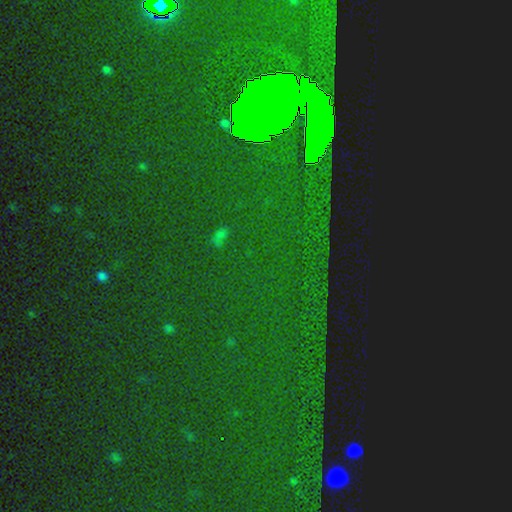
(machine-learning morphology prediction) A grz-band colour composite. It shows a star or artifact, not a galaxy (80%).